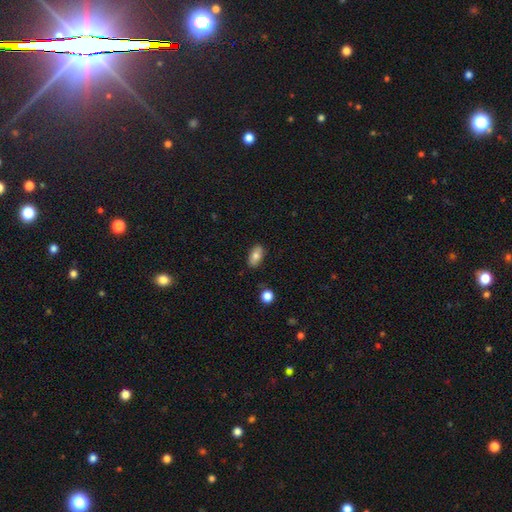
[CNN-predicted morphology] Smooth or featured? Predicted: smooth (p=0.78). How rounded? Predicted: in between (p=0.91). Merging? Predicted: none (p=0.85).